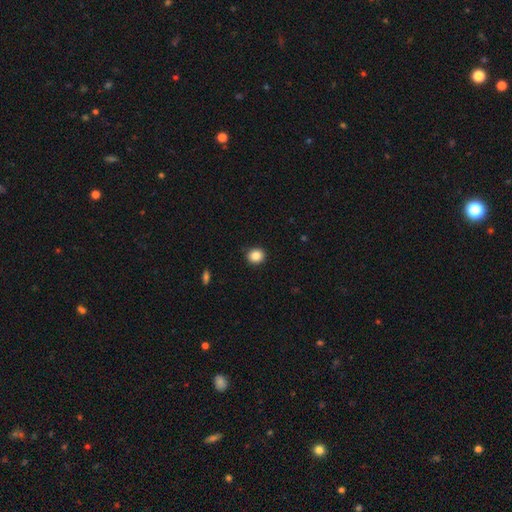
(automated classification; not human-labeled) The model was most divided on "how rounded": round: 83%, in between: 16%, cigar-shaped: 1%. More confident: merging — none (90%); smooth or featured — smooth (86%).